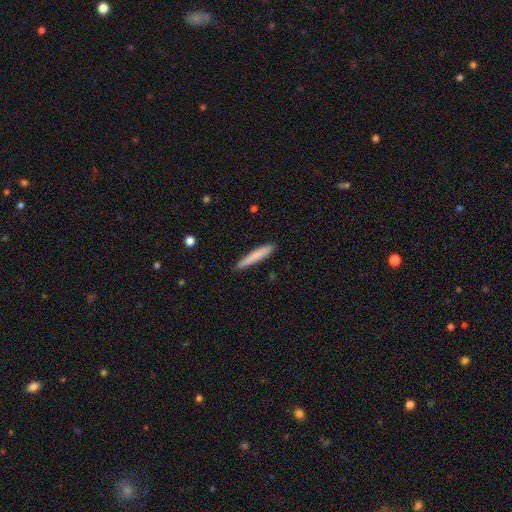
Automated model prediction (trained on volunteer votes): This appears to be a smooth galaxy with no disk features (79%) that is cigar-shaped (95%). Merging: none (88%).